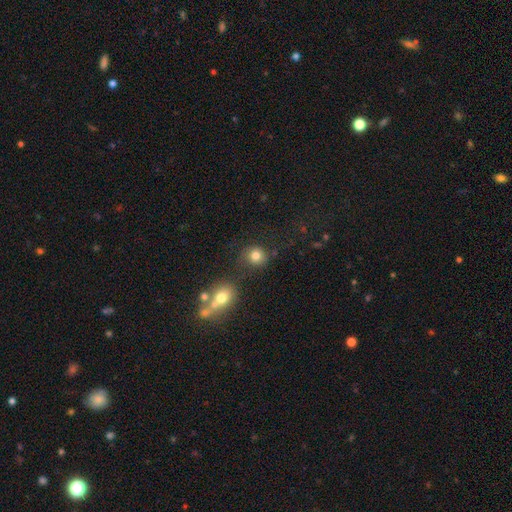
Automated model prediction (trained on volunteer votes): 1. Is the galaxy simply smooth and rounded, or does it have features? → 79% smooth, 13% star or artifact, 8% featured or disk.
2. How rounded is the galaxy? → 86% round, 13% in between, 1% cigar-shaped.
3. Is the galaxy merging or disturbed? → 71% none, 13% minor disturbance, 10% merger, 6% major disturbance.